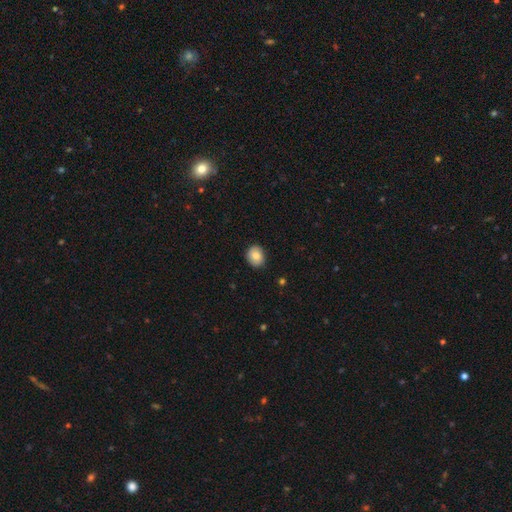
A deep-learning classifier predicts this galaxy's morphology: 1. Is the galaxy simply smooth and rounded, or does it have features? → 83% smooth, 9% featured or disk, 8% star or artifact.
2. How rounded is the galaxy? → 62% round, 37% in between, 1% cigar-shaped.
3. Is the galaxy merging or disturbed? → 88% none, 9% minor disturbance, 2% major disturbance, 1% merger.